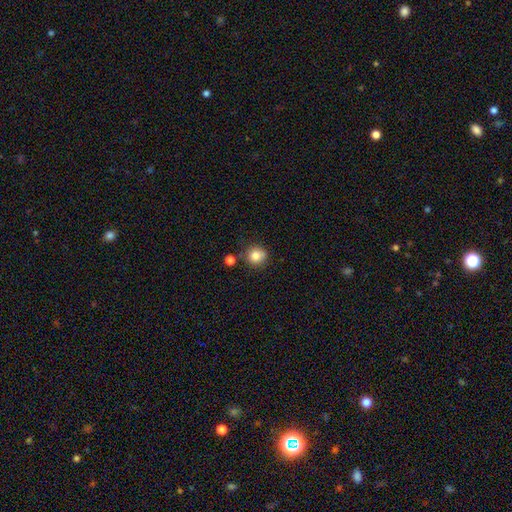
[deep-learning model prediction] smooth_or_featured: smooth (p=0.83) [alt: star or artifact p=0.11]
how_rounded: round (p=0.88) [alt: in between p=0.11]
merging: none (p=0.79) [alt: minor disturbance p=0.11]